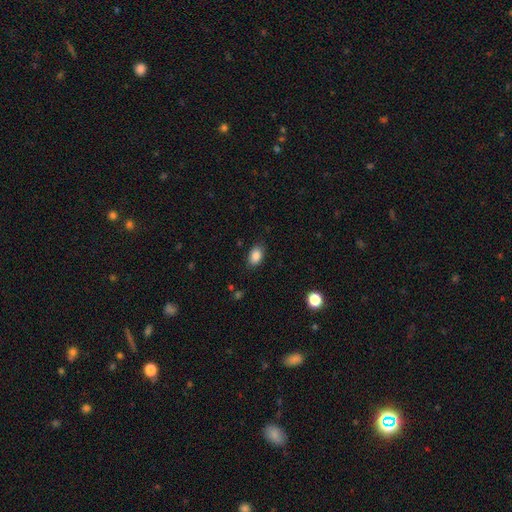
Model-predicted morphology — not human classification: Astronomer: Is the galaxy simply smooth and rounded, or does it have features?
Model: smooth — 87%.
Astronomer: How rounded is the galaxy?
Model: in between — 85%.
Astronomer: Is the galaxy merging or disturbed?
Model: none — 84%.